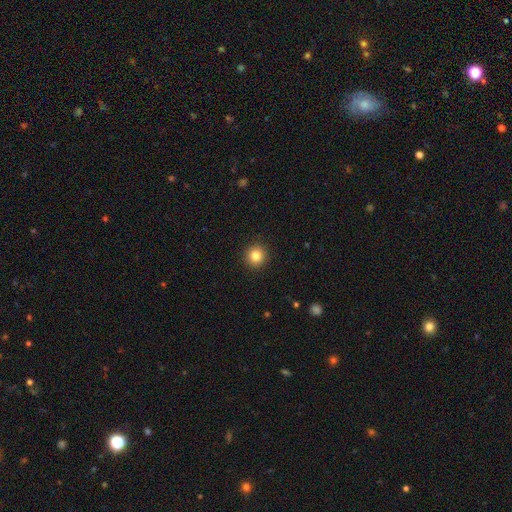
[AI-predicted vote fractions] This appears to be a smooth galaxy with no disk features (84%) that is round (94%). Merging: none (92%).